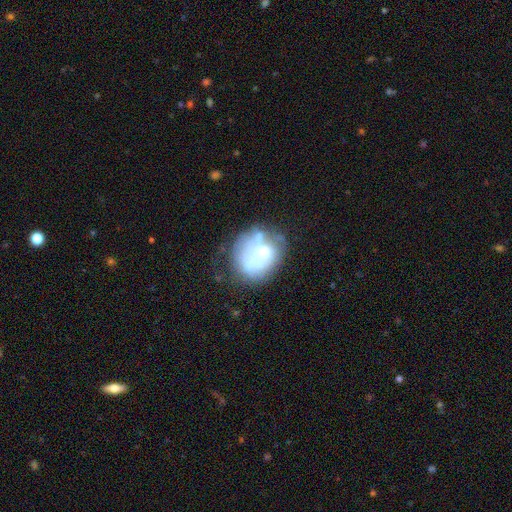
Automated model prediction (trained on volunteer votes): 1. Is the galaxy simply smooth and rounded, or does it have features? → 55% featured or disk, 34% smooth, 11% star or artifact.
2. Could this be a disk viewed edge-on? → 97% no, 3% yes.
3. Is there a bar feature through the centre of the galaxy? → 90% no, 8% weak, 3% strong.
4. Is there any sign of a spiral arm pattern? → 84% no, 16% yes.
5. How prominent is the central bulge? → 58% moderate, 25% small, 8% none, 7% large, 2% dominant.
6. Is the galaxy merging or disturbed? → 37% none, 26% merger, 19% minor disturbance, 18% major disturbance.